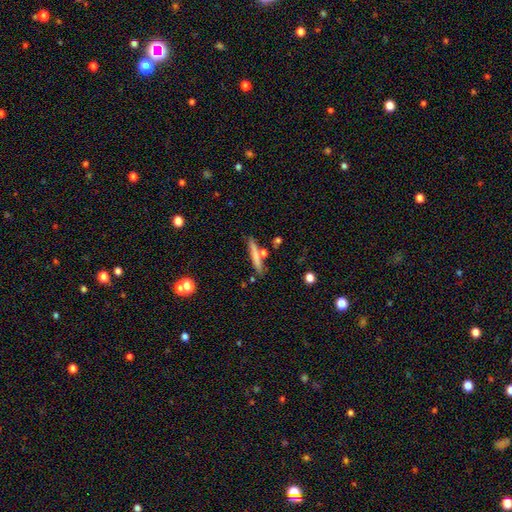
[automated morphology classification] Smooth or featured?
  - smooth: 70% *
  - featured or disk: 23%
  - star or artifact: 7%
How rounded?
  - cigar-shaped: 91% *
  - in between: 6%
  - round: 3%
Merging?
  - none: 76% *
  - minor disturbance: 11%
  - merger: 10%
  - major disturbance: 3%